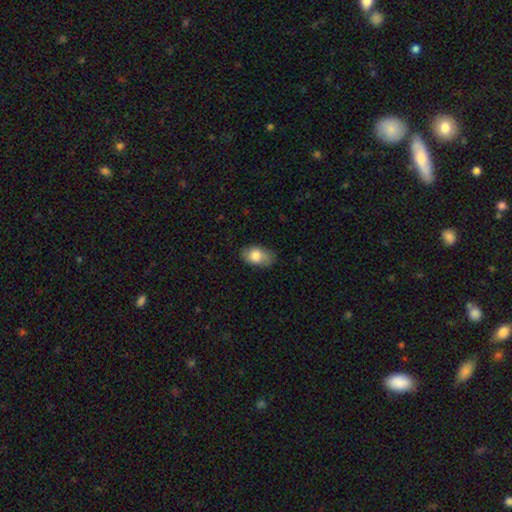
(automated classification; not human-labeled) Q: Smooth or featured?
A: smooth (80%); runner-up: featured or disk (13%)
Q: How rounded?
A: in between (88%); runner-up: round (10%)
Q: Merging?
A: none (71%); runner-up: minor disturbance (22%)